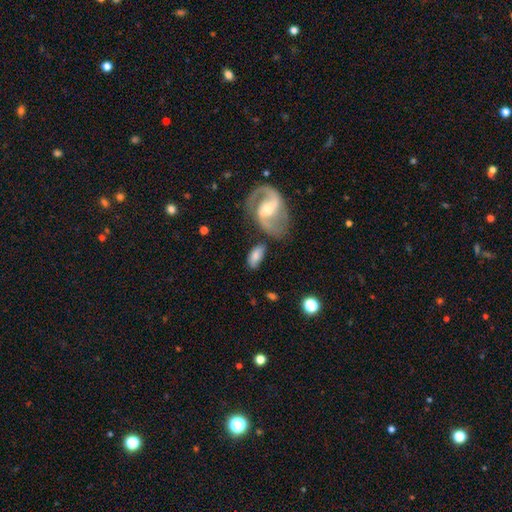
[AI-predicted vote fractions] A smooth galaxy with no disk features (58%) that is in between round and cigar-shaped (91%).

Vote fractions:
- Smooth or featured? smooth: 58% / featured or disk: 35% / star or artifact: 7%
- How rounded? in between: 91% / round: 5% / cigar-shaped: 4%
- Merging? none: 62% / minor disturbance: 19% / merger: 11% / major disturbance: 8%